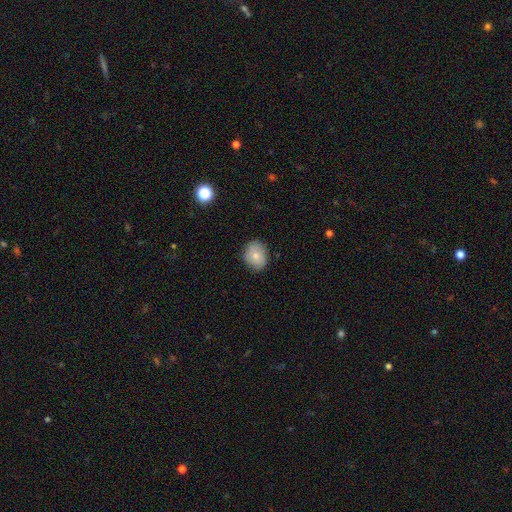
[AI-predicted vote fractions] A smooth galaxy with no disk features (78%) that is round (50%).

Vote fractions:
- Smooth or featured? smooth: 78% / featured or disk: 13% / star or artifact: 8%
- How rounded? round: 50% / in between: 49% / cigar-shaped: 1%
- Merging? none: 84% / minor disturbance: 12% / major disturbance: 3% / merger: 1%